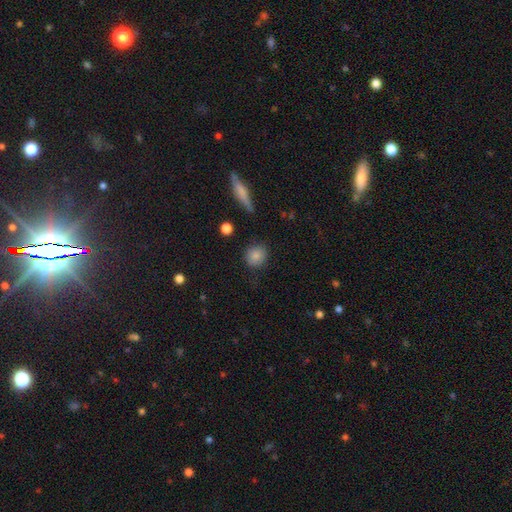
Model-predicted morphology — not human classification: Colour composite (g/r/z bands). It shows a smooth galaxy with no disk features (84%) that is round (84%). Merging: none (84%).